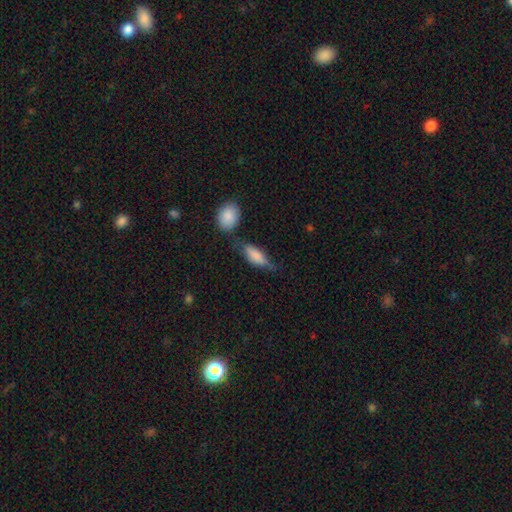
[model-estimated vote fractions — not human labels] Smooth or featured? Predicted: smooth (p=0.72). How rounded? Predicted: in between (p=0.69). Merging? Predicted: none (p=0.50).